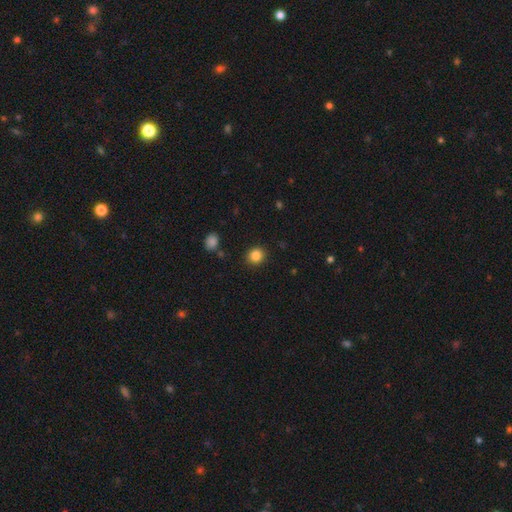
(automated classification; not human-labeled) This is clearly a smooth galaxy (85%). How rounded: clearly round (83%). Merging: clearly none (89%).